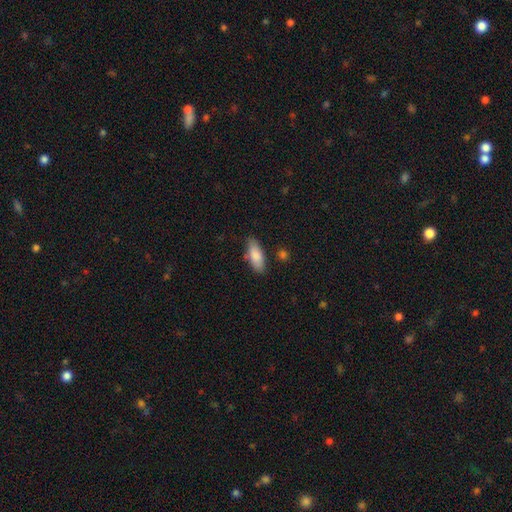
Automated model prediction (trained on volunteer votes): A smooth galaxy with no disk features (85%) that is in between round and cigar-shaped (77%). Merging: none (77%).